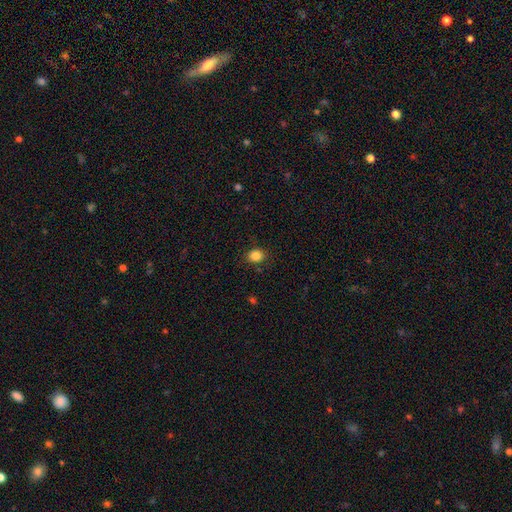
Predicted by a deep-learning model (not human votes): A smooth galaxy with no disk features (85%) that is round (55%). Merging: none (86%).